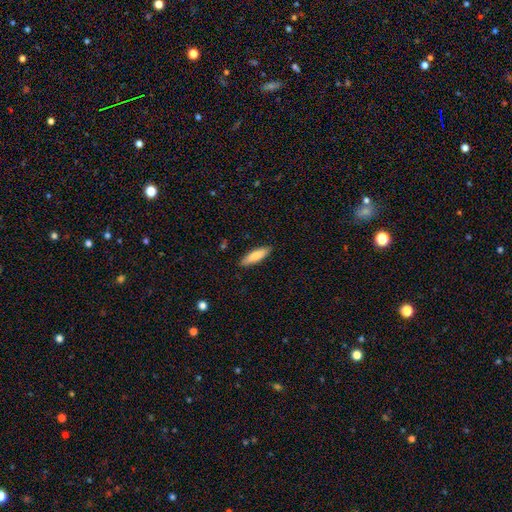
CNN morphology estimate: smooth 79%, featured or disk 16%, star or artifact 6%. Down the decision tree: how rounded — cigar-shaped (59%); merging — none (88%).